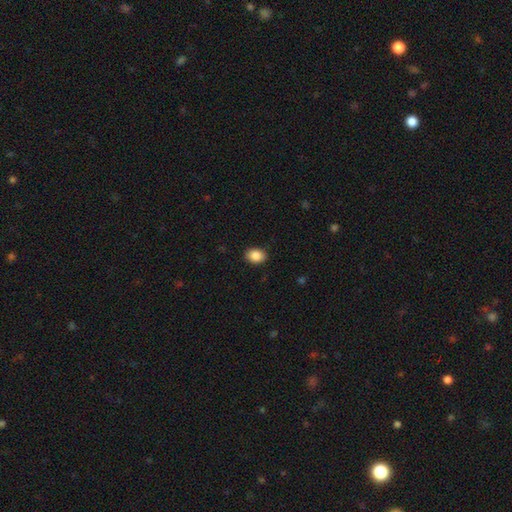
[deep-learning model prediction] Smooth or featured?
  - smooth: 88% *
  - star or artifact: 8%
  - featured or disk: 4%
How rounded?
  - in between: 71% *
  - round: 28%
  - cigar-shaped: 1%
Merging?
  - none: 89% *
  - minor disturbance: 8%
  - major disturbance: 2%
  - merger: 1%